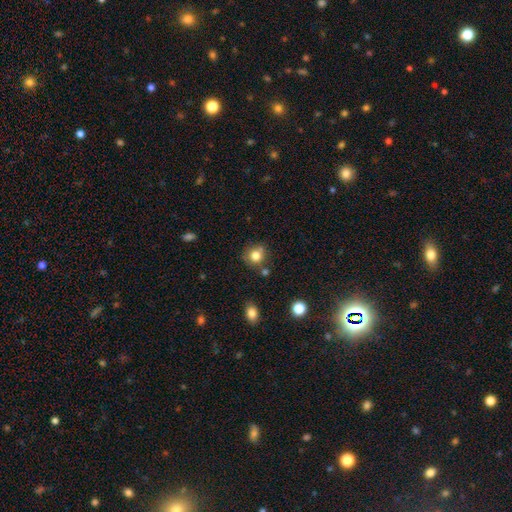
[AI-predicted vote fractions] Smooth or featured? smooth (80%)
How rounded? round (85%)
Merging? none (68%)